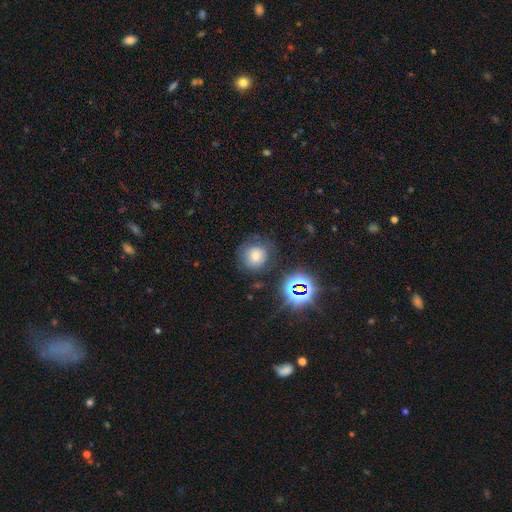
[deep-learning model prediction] This appears to be a smooth galaxy with no disk features (61%) that is round (88%). Merging: none (75%).